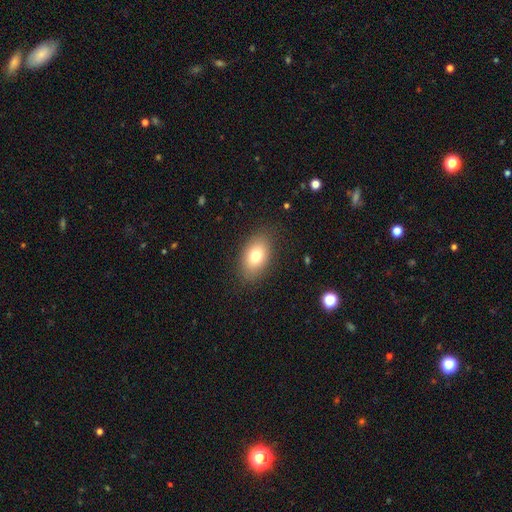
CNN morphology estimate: Overall: smooth (76%). How rounded: in between (88%). Merging: none (85%).